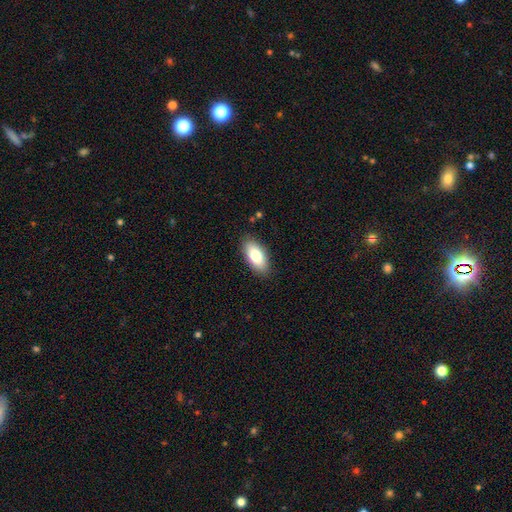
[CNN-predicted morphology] type=smooth (82%); roundness=in between (91%); merging=none (87%).